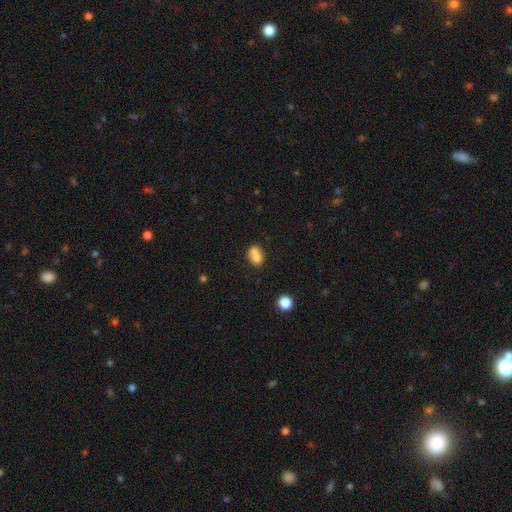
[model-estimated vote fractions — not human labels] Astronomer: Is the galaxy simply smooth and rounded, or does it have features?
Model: smooth — 71%.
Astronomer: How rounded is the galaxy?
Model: round — 53% (runner-up: in between, 46%).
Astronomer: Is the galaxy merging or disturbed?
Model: merger — 60%.